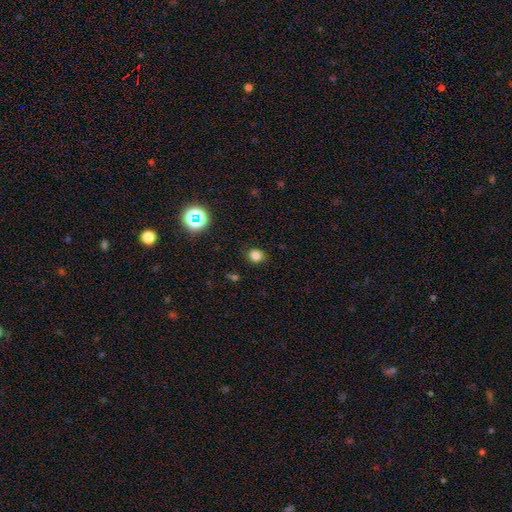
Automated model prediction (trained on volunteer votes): Smooth or featured: smooth — 81% (star or artifact — 15%)
How rounded: round — 74% (in between — 26%)
Merging: none — 86% (minor disturbance — 10%)